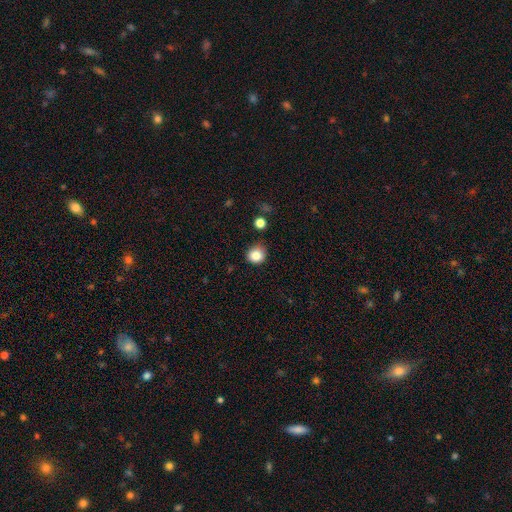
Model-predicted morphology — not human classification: Overall: smooth (84%). How rounded: round (84%). Merging: none (80%).